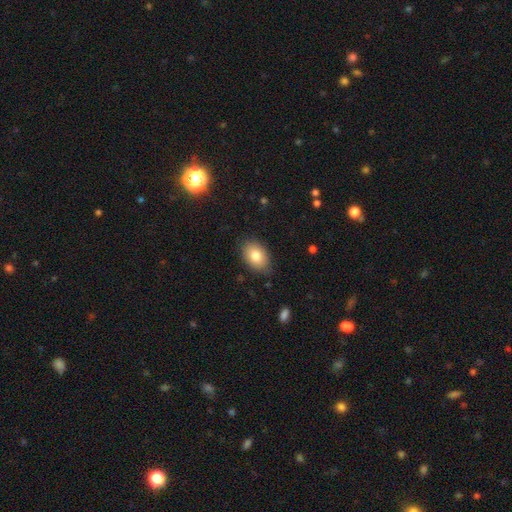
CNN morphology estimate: Smooth or featured: smooth — 80% (featured or disk — 11%)
How rounded: in between — 83% (round — 16%)
Merging: none — 81% (minor disturbance — 15%)